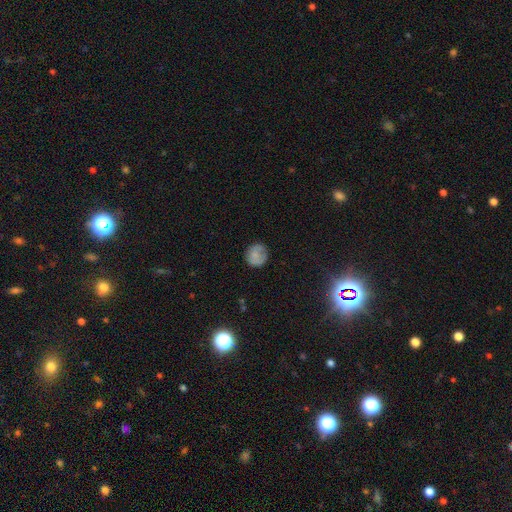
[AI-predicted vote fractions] A smooth galaxy with no disk features (74%) that is round (86%).

Vote fractions:
- Smooth or featured? smooth: 74% / featured or disk: 17% / star or artifact: 9%
- How rounded? round: 86% / in between: 13% / cigar-shaped: 1%
- Merging? none: 76% / minor disturbance: 17% / major disturbance: 5% / merger: 1%